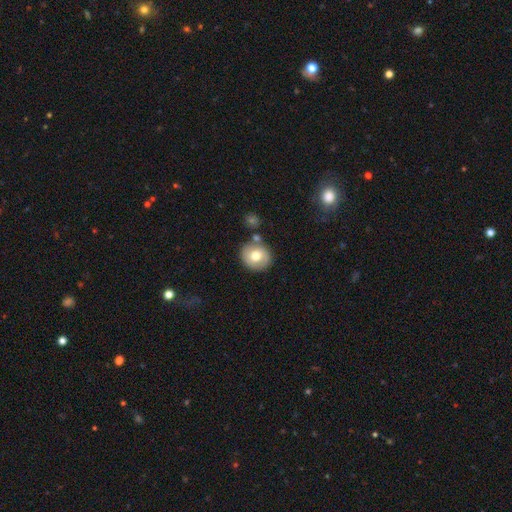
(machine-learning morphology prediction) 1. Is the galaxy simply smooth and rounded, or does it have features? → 71% smooth, 20% featured or disk, 9% star or artifact.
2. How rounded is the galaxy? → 83% round, 16% in between, 1% cigar-shaped.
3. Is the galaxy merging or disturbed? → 75% none, 11% minor disturbance, 11% merger, 3% major disturbance.